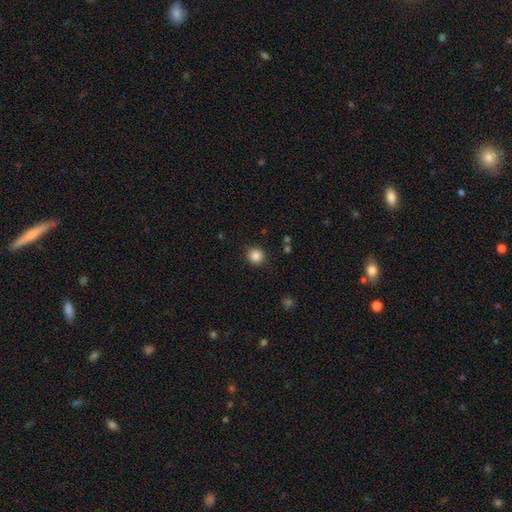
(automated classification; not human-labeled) smooth_or_featured: smooth (p=0.86) [alt: star or artifact p=0.10]
how_rounded: round (p=0.92) [alt: in between p=0.07]
merging: none (p=0.91) [alt: minor disturbance p=0.06]